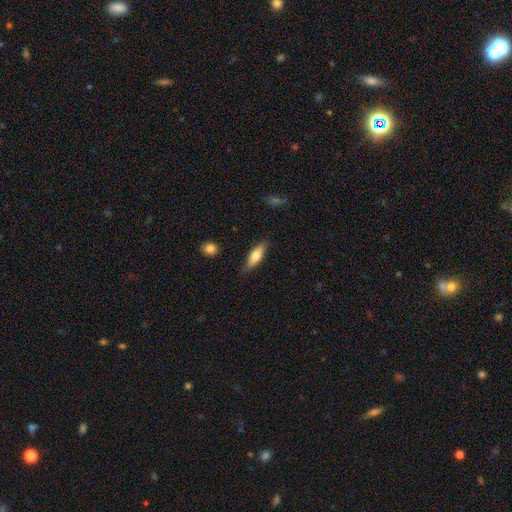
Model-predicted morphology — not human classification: smooth-or-featured: smooth: 66% | featured or disk: 28% | star or artifact: 6%
  how-rounded: in between: 53% | cigar-shaped: 44% | round: 2%
  merging: none: 81% | minor disturbance: 15% | major disturbance: 3% | merger: 1%